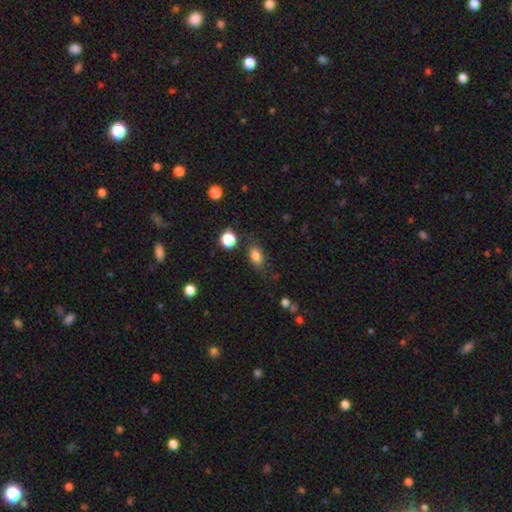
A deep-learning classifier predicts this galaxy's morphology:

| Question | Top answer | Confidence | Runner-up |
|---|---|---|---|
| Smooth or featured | smooth | 82% | star or artifact (11%) |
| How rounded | in between | 81% | round (15%) |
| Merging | none | 68% | minor disturbance (20%) |